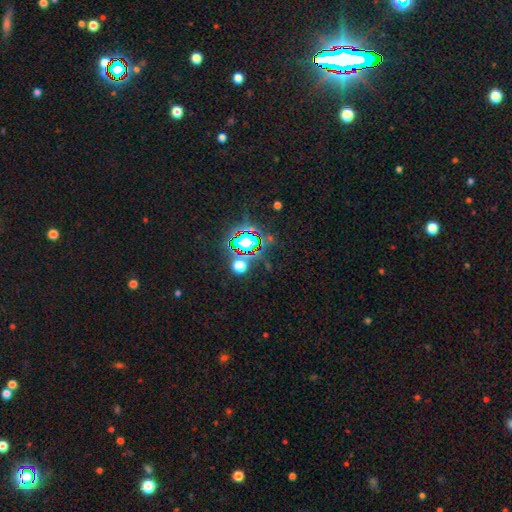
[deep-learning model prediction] Morphology: type=star or artifact (82%).